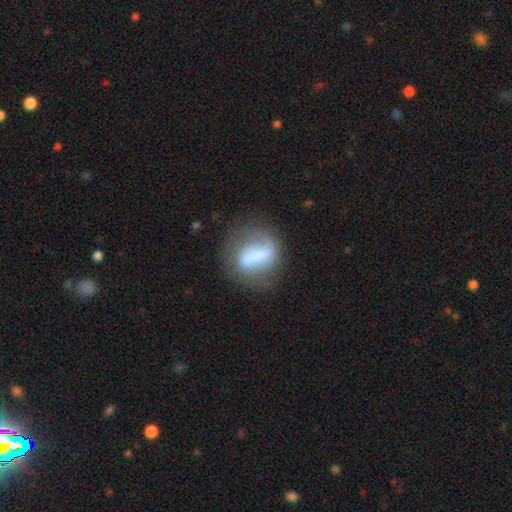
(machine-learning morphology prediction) Q: Smooth or featured?
A: smooth (46%); runner-up: featured or disk (45%)
Q: Merging?
A: none (45%); runner-up: minor disturbance (23%)